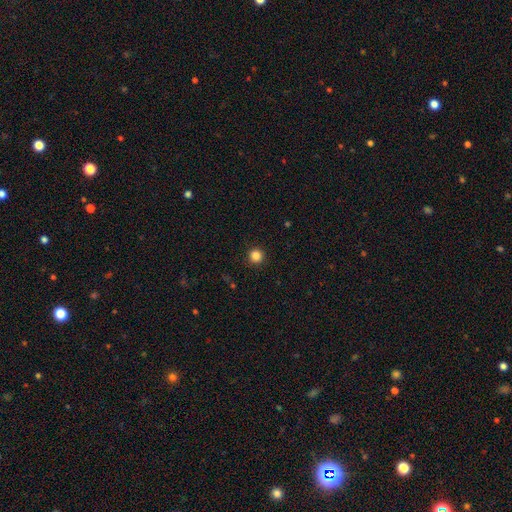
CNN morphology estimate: Smooth or featured? smooth (85%)
How rounded? round (96%)
Merging? none (92%)